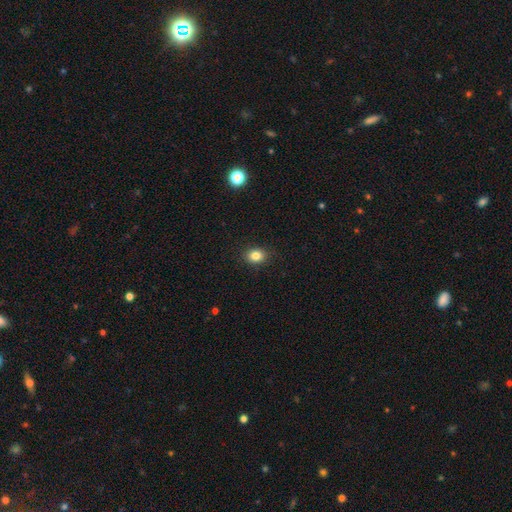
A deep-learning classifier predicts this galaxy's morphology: smooth 84%, star or artifact 11%, featured or disk 5%. Down the decision tree: how rounded — in between (52%); merging — none (89%).